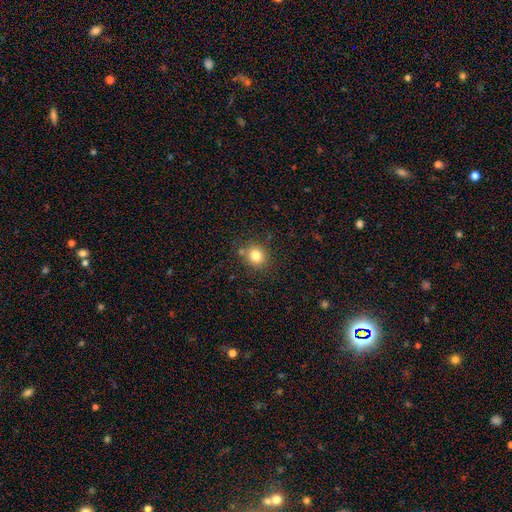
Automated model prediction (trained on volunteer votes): Smooth or featured? Predicted: smooth (p=0.80). How rounded? Predicted: round (p=0.81). Merging? Predicted: none (p=0.80).